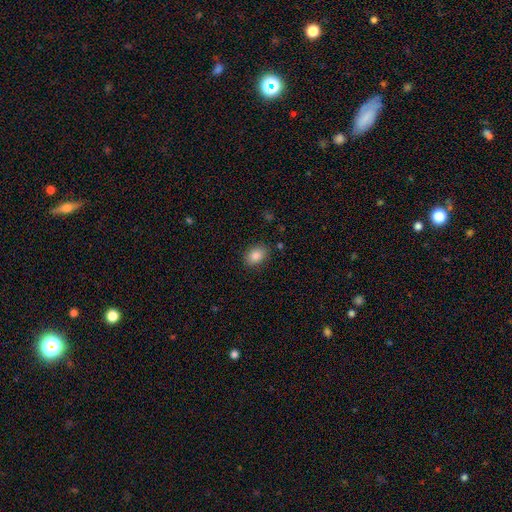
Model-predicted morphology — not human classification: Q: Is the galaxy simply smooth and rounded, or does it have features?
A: smooth — 85%.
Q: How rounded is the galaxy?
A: in between — 72%.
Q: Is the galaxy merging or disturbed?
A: none — 86%.